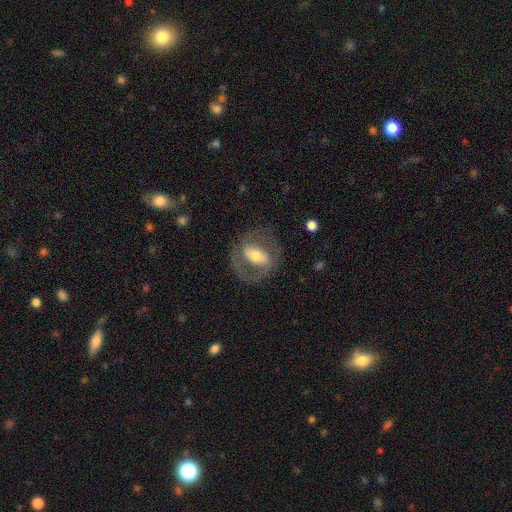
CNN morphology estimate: type=featured or disk (66%); edge-on=no (90%); bar=strong (49%); spiral arms=no (58%); bulge=moderate (64%); merging=none (70%).